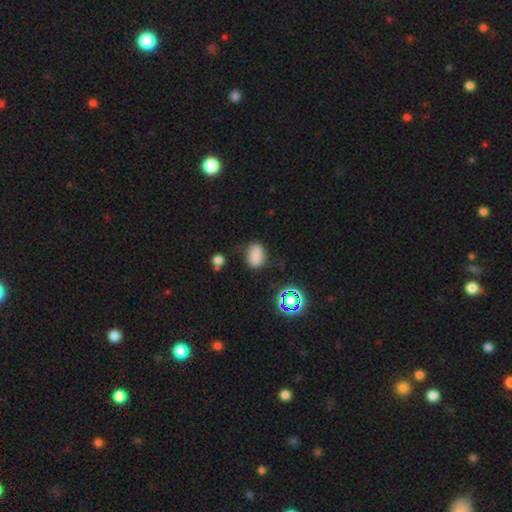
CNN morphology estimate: This appears to be a smooth galaxy with no disk features (78%) that is in between round and cigar-shaped (82%). Merging: none (70%).